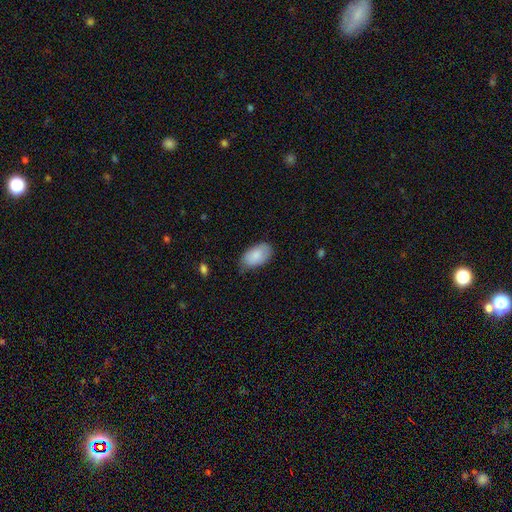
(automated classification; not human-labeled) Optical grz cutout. It shows a smooth galaxy with no disk features (86%) that is in between round and cigar-shaped (95%). Merging: none (73%).